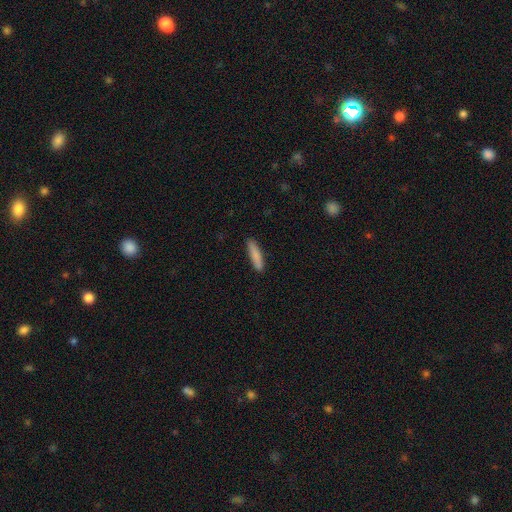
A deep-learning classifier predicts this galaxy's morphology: This appears to be a smooth galaxy with no disk features (85%) that is cigar-shaped (85%). Merging: none (89%).